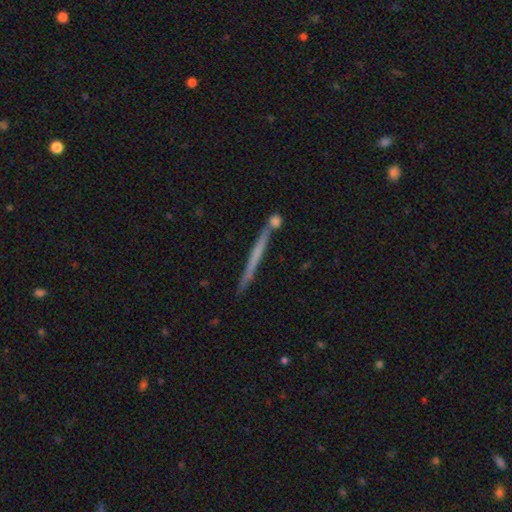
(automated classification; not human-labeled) This is possibly a featured or disk galaxy (52%). It is clearly viewed edge-on (97%). Edge-on bulge: clearly none (85%). Merging: likely none (79%).